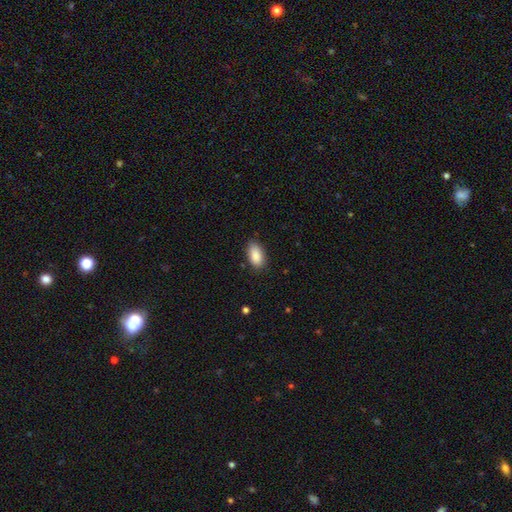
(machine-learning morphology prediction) Smooth or featured?
  - smooth: 89% *
  - star or artifact: 7%
  - featured or disk: 4%
How rounded?
  - in between: 93% *
  - round: 3%
  - cigar-shaped: 3%
Merging?
  - none: 84% *
  - minor disturbance: 13%
  - major disturbance: 3%
  - merger: 1%